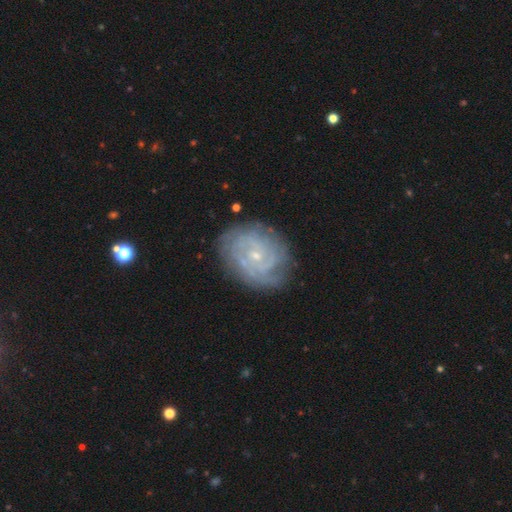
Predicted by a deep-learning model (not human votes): A featured or disk galaxy (80%) with no bar (69%), tight (70%) spiral arms (92%) and a small central bulge (79%). Merging: none (79%).